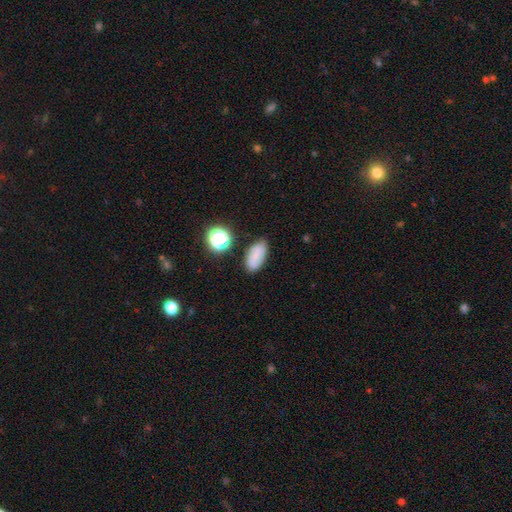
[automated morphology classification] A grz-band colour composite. It shows a smooth galaxy with no disk features (71%) that is in between round and cigar-shaped (88%). Merging: none (75%).